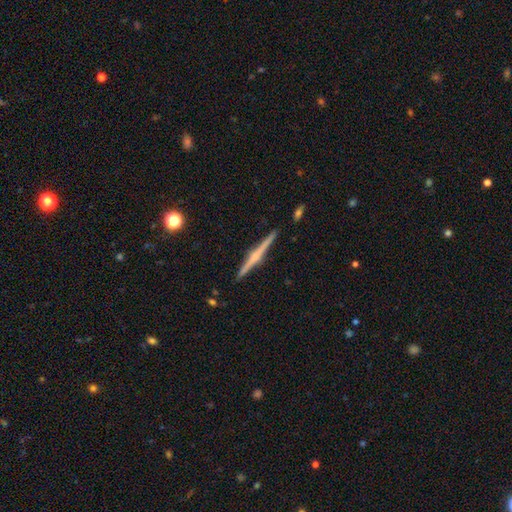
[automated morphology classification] smooth-or-featured: featured or disk: 78% | smooth: 17% | star or artifact: 6%
  disk-edge-on: yes: 99% | no: 1%
    edge-on-bulge: rounded: 72% | none: 14% | boxy: 14%
  merging: none: 92% | minor disturbance: 6% | major disturbance: 1% | merger: 1%